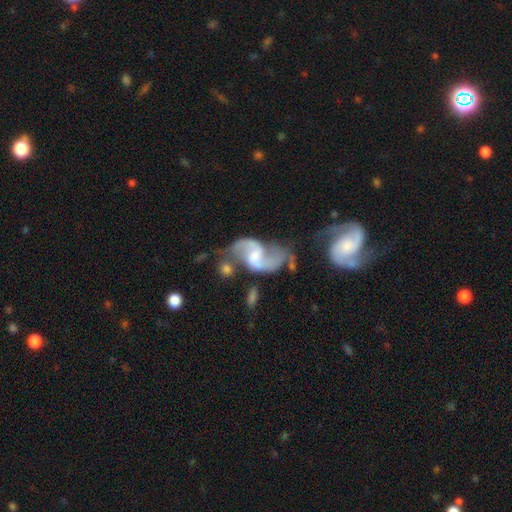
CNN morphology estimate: A featured or disk galaxy (88%) with a weak bar (53%), 2 (92%) loose (61%) spiral arms (95%) and a moderate central bulge (34%). Merging: none (43%).